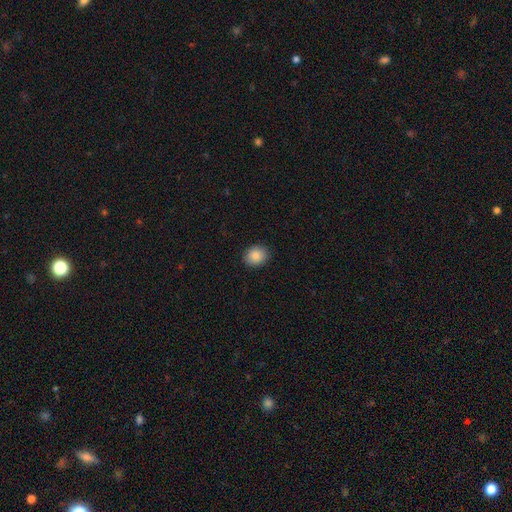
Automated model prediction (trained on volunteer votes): A smooth galaxy with no disk features (86%) that is round (67%). Merging: none (89%).